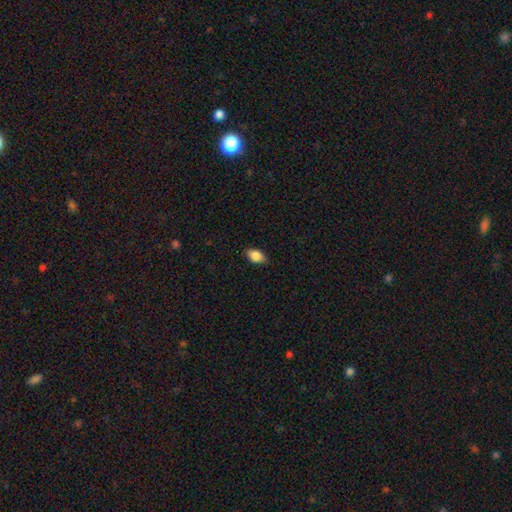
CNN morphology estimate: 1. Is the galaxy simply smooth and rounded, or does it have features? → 85% smooth, 8% star or artifact, 7% featured or disk.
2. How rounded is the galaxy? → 85% in between, 12% round, 3% cigar-shaped.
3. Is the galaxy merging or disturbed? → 79% none, 17% minor disturbance, 3% major disturbance, 1% merger.